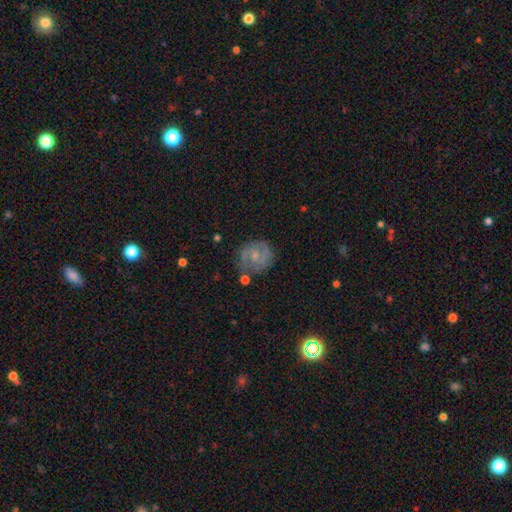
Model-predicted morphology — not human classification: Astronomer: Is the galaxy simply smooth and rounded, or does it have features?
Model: featured or disk — 72%.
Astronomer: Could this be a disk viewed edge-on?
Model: no — 98%.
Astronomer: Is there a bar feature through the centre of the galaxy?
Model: no — 52% (runner-up: weak, 41%).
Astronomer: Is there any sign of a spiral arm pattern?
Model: yes — 91%.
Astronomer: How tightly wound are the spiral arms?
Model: tight — 45% (runner-up: medium, 43%).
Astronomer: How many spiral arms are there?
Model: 2 — 69%.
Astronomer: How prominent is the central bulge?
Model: small — 59%.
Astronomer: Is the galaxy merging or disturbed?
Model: none — 72%.